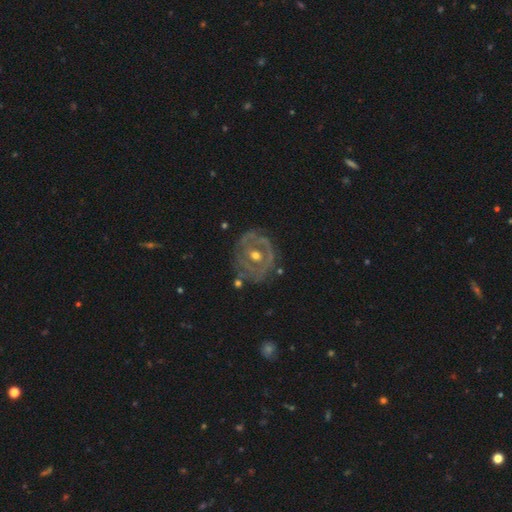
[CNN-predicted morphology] smooth-or-featured: featured or disk: 79% | smooth: 15% | star or artifact: 6%
  disk-edge-on: no: 96% | yes: 4%
    bar: no: 62% | weak: 28% | strong: 10%
    has-spiral-arms: yes: 59% | no: 41%
    bulge-size: moderate: 71% | small: 24% | large: 3% | none: 1% | dominant: 1%
  merging: none: 70% | minor disturbance: 19% | major disturbance: 9% | merger: 3%